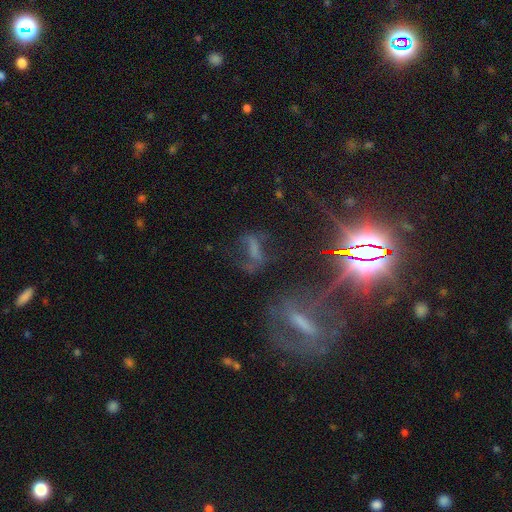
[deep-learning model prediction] A featured or disk galaxy (36%). Merging: none (47%).